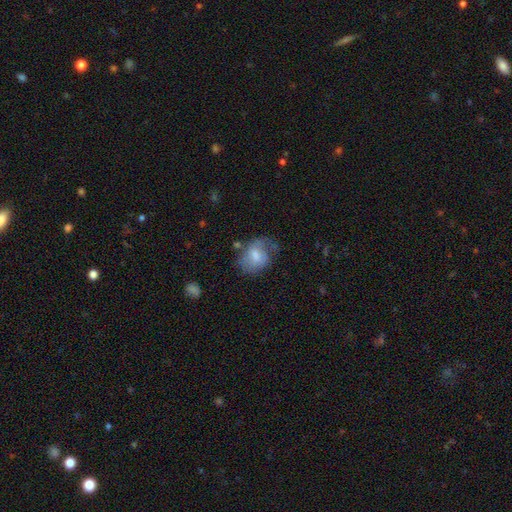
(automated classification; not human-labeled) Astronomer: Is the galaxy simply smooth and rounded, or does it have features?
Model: smooth — 59%.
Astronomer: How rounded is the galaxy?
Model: in between — 64%.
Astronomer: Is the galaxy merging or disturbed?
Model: none — 41% (runner-up: minor disturbance, 31%).